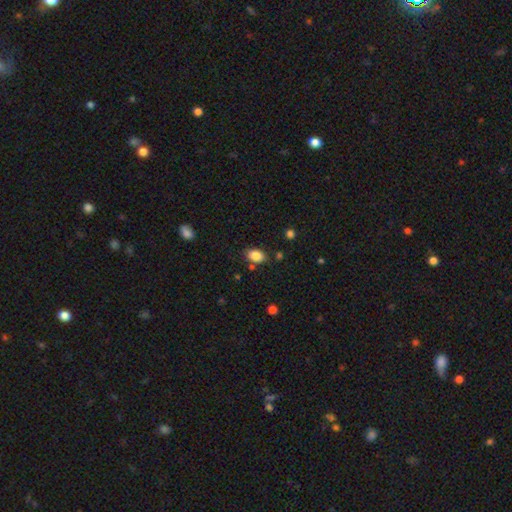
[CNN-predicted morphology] Smooth or featured?
  - smooth: 87% *
  - star or artifact: 9%
  - featured or disk: 5%
How rounded?
  - in between: 88% *
  - round: 11%
  - cigar-shaped: 1%
Merging?
  - none: 80% *
  - minor disturbance: 12%
  - merger: 4%
  - major disturbance: 3%